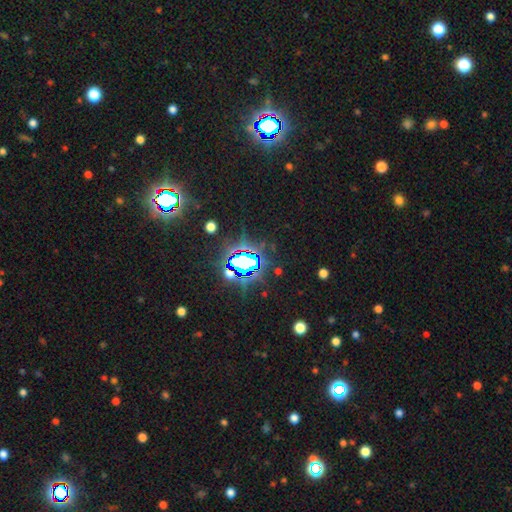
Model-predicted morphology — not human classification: This appears to be a star or artifact, not a galaxy (83%).